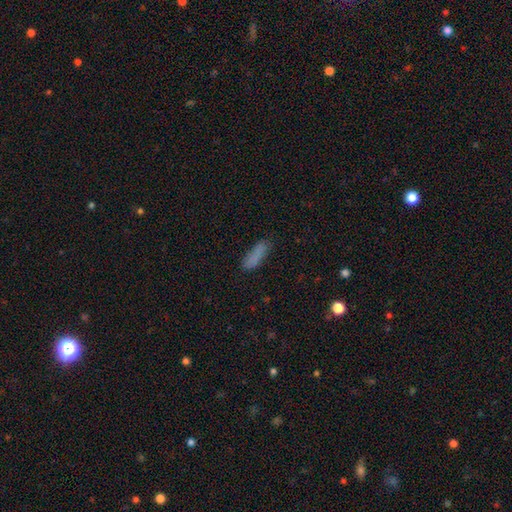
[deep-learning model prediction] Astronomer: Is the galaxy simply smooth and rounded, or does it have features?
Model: smooth — 83%.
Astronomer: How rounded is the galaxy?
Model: cigar-shaped — 54% (runner-up: in between, 44%).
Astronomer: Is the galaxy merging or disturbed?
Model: none — 75%.